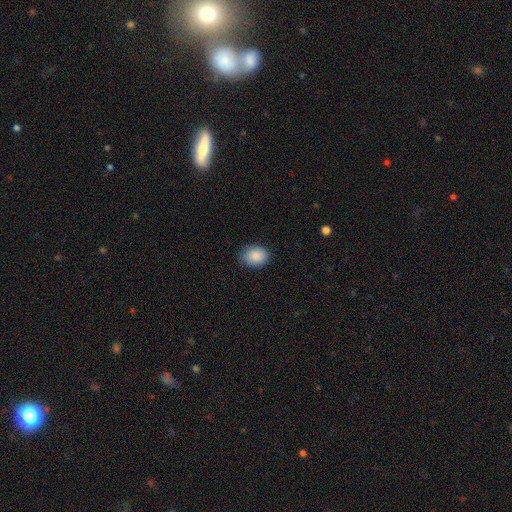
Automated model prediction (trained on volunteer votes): smooth 89%, star or artifact 7%, featured or disk 4%. Down the decision tree: how rounded — in between (71%); merging — none (81%).